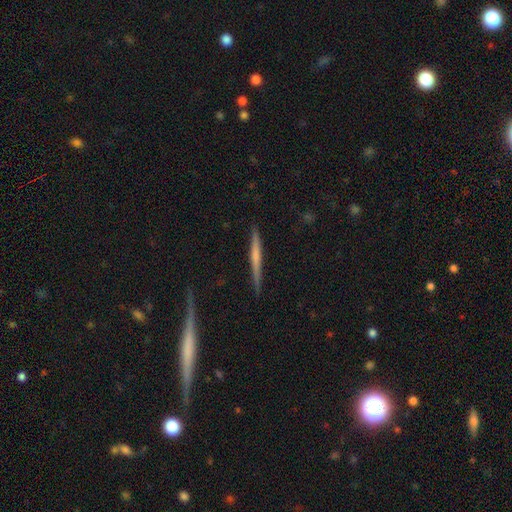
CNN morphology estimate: A featured or disk galaxy (51%) viewed edge-on (97%).

Vote fractions:
- Smooth or featured? featured or disk: 51% / smooth: 43% / star or artifact: 6%
- Edge-on disk? yes: 97% / no: 3%
- Merging? none: 87% / minor disturbance: 9% / major disturbance: 2% / merger: 2%